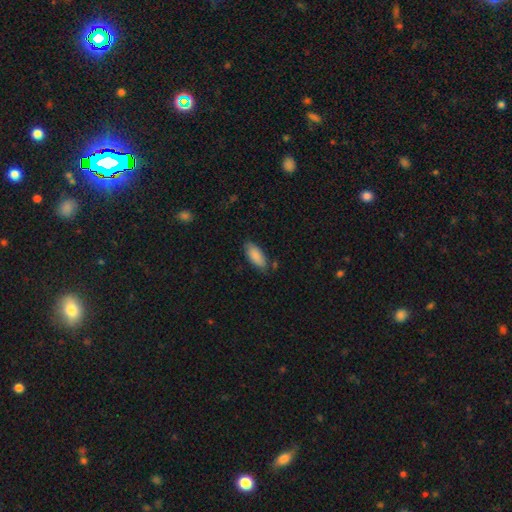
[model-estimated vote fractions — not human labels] A smooth galaxy with no disk features (86%) that is in between round and cigar-shaped (85%). Merging: none (74%).